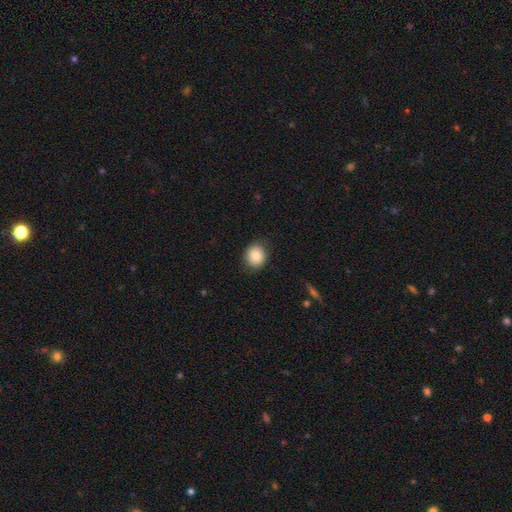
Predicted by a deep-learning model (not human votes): Q: Smooth or featured?
A: smooth (82%); runner-up: featured or disk (9%)
Q: How rounded?
A: round (74%); runner-up: in between (25%)
Q: Merging?
A: none (83%); runner-up: minor disturbance (13%)